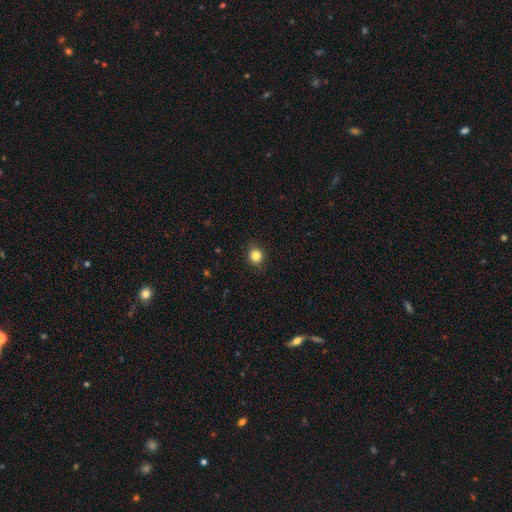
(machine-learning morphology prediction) A smooth galaxy with no disk features (83%) that is round (83%). Merging: none (90%).